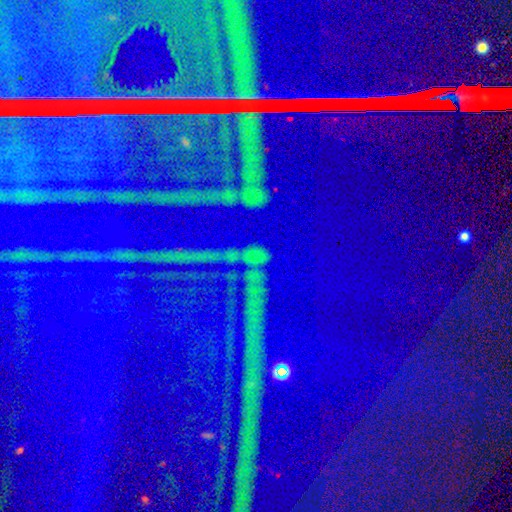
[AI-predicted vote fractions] Smooth or featured: star or artifact — 88% (featured or disk — 7%)